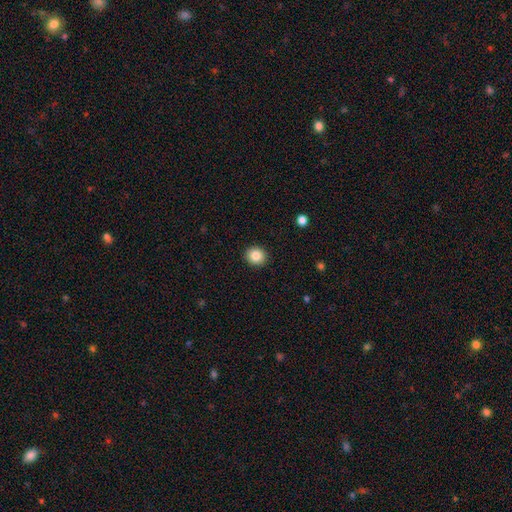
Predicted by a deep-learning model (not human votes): smooth_or_featured: smooth (p=0.85) [alt: star or artifact p=0.10]
how_rounded: round (p=0.86) [alt: in between p=0.13]
merging: none (p=0.92) [alt: minor disturbance p=0.05]